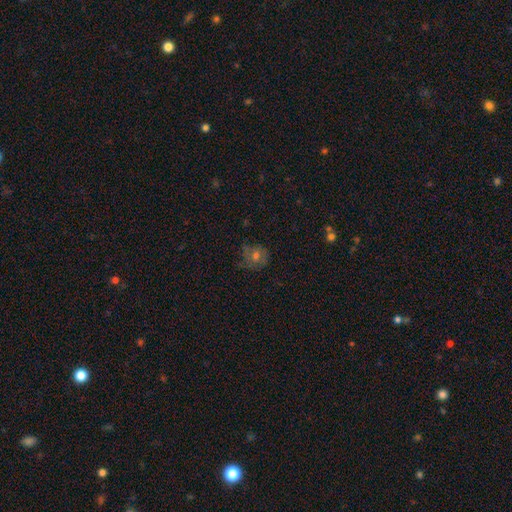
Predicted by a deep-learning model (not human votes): This appears to be a smooth galaxy with no disk features (46%). Merging: none (67%).